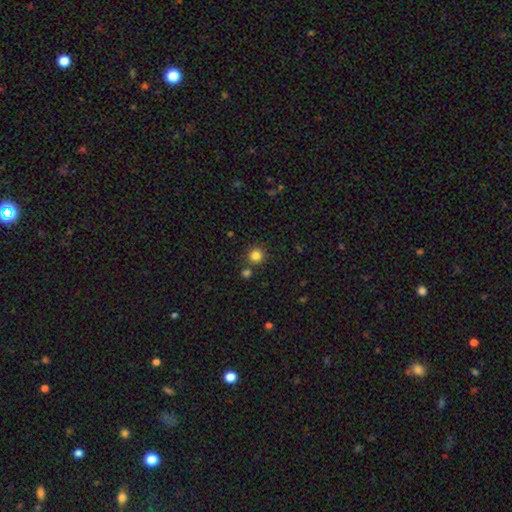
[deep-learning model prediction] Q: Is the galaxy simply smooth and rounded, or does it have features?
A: smooth — 83%.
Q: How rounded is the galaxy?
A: round — 93%.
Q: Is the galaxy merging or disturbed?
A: none — 81%.